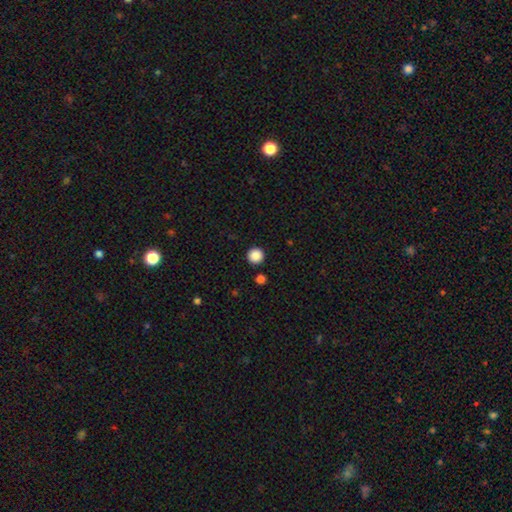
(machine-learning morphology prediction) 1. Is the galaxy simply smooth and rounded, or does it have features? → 87% smooth, 10% star or artifact, 3% featured or disk.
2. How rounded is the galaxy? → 96% round, 3% in between, 1% cigar-shaped.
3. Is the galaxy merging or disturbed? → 92% none, 4% minor disturbance, 2% merger, 2% major disturbance.